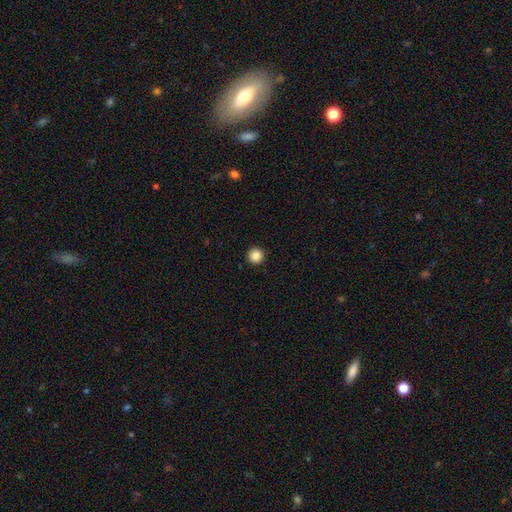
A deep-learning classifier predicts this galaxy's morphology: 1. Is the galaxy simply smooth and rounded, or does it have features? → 87% smooth, 10% star or artifact, 3% featured or disk.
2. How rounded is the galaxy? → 96% round, 3% in between, 1% cigar-shaped.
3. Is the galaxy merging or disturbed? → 94% none, 4% minor disturbance, 1% major disturbance, 1% merger.